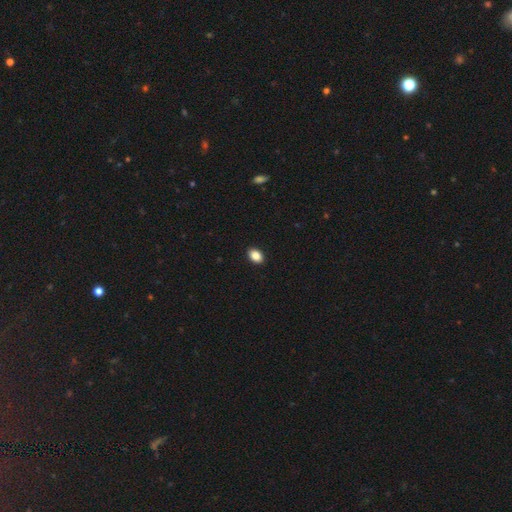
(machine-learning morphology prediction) Overall: smooth (87%). How rounded: in between (78%). Merging: none (91%).